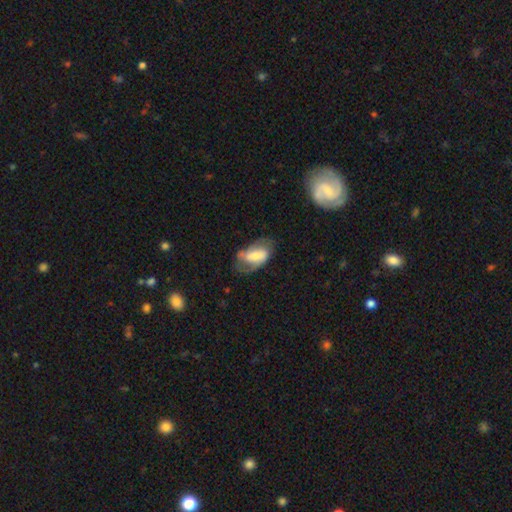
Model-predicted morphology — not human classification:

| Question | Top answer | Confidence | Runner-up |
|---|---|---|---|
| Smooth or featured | featured or disk | 55% | smooth (38%) |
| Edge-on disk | no | 94% | yes (6%) |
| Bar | strong | 38% | weak (36%) |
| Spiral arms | yes | 73% | no (27%) |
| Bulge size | moderate | 35% | small (29%) |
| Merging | none | 51% | minor disturbance (27%) |